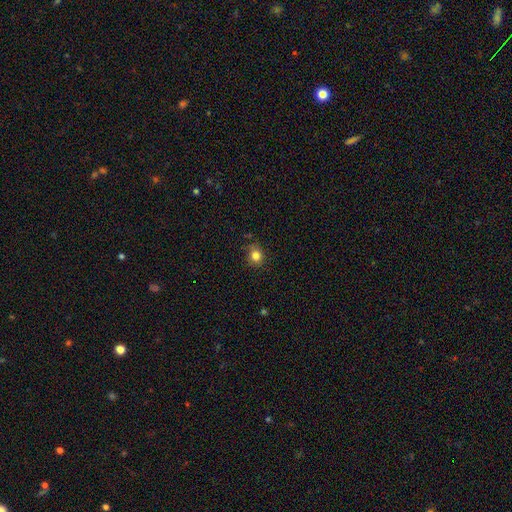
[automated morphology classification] type=smooth (81%); roundness=round (80%); merging=none (78%).